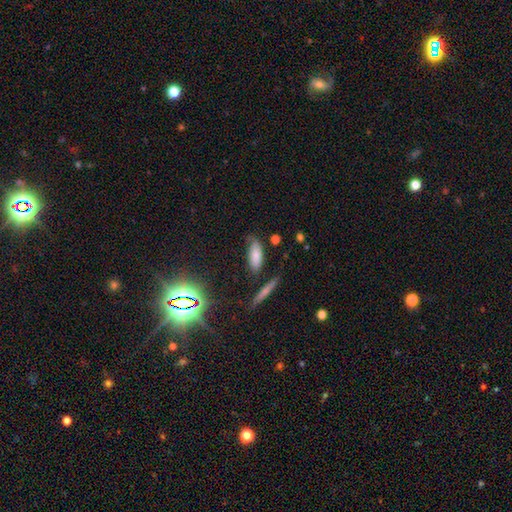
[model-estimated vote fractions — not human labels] smooth_or_featured: smooth (p=0.72) [alt: featured or disk p=0.17]
how_rounded: in between (p=0.78) [alt: cigar-shaped p=0.19]
merging: none (p=0.61) [alt: minor disturbance p=0.26]